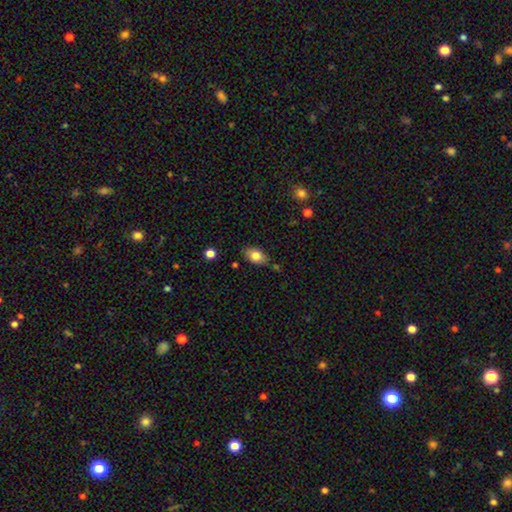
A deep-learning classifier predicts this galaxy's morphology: A smooth galaxy with no disk features (80%) that is in between round and cigar-shaped (87%). Merging: none (78%).